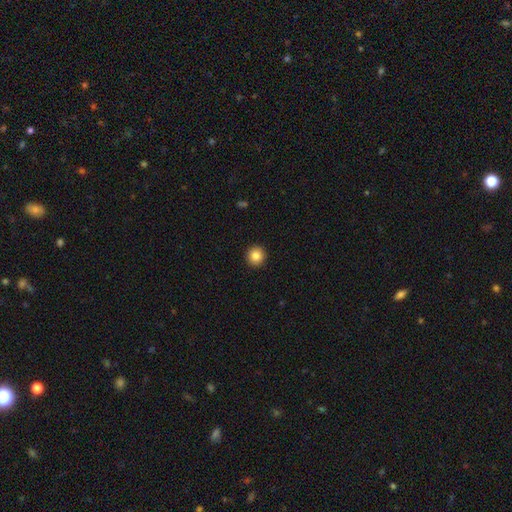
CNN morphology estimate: smooth-or-featured: smooth: 85% | star or artifact: 10% | featured or disk: 6%
  how-rounded: round: 95% | in between: 4% | cigar-shaped: 1%
  merging: none: 93% | minor disturbance: 4% | major disturbance: 1% | merger: 1%